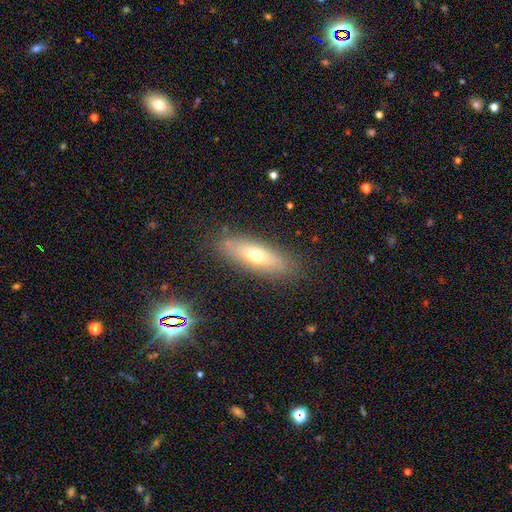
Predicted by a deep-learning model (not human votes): Smooth or featured?
  - smooth: 58% *
  - featured or disk: 34%
  - star or artifact: 8%
How rounded?
  - in between: 56% *
  - cigar-shaped: 42%
  - round: 3%
Merging?
  - none: 83% *
  - minor disturbance: 12%
  - major disturbance: 4%
  - merger: 2%